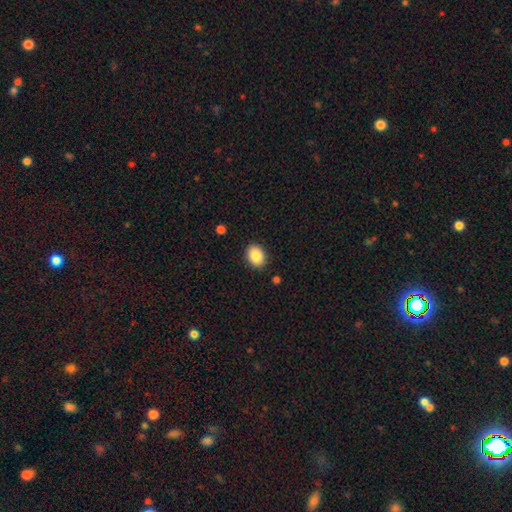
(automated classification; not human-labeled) A smooth galaxy with no disk features (87%) that is in between round and cigar-shaped (66%).

Vote fractions:
- Smooth or featured? smooth: 87% / star or artifact: 8% / featured or disk: 5%
- How rounded? in between: 66% / round: 33% / cigar-shaped: 1%
- Merging? none: 88% / minor disturbance: 8% / major disturbance: 2% / merger: 1%